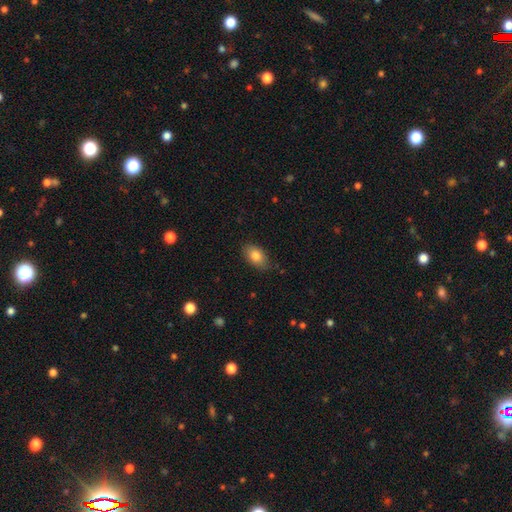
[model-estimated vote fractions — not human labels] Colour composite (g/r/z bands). It shows a smooth galaxy with no disk features (82%) that is in between round and cigar-shaped (89%). Merging: none (78%).